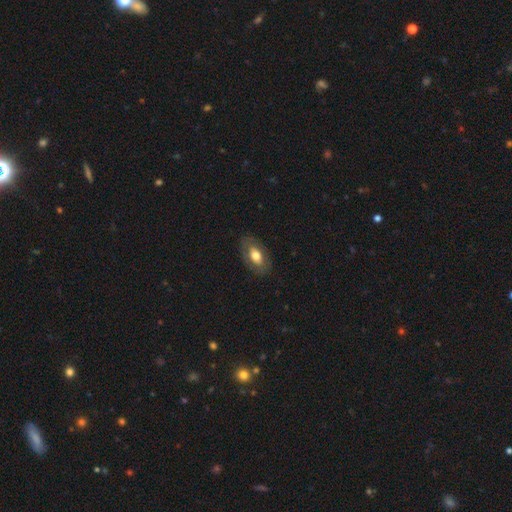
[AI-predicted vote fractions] smooth_or_featured: smooth (p=0.62) [alt: featured or disk p=0.32]
how_rounded: in between (p=0.90) [alt: round p=0.07]
merging: none (p=0.82) [alt: minor disturbance p=0.13]